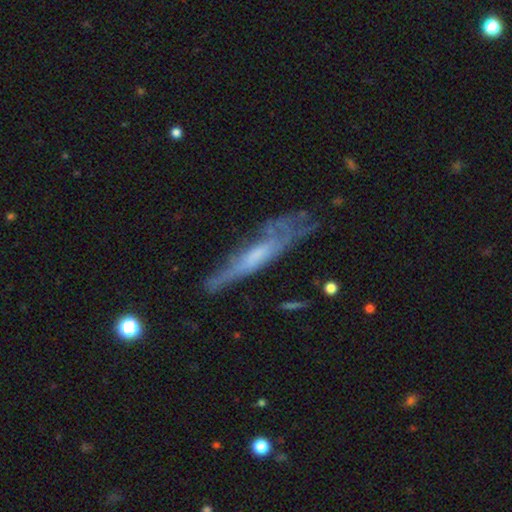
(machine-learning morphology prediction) Overall: featured or disk (61%; smooth 32%). Edge-on disk: yes (61%; no 39%). Merging: none (48%; minor disturbance 29%).